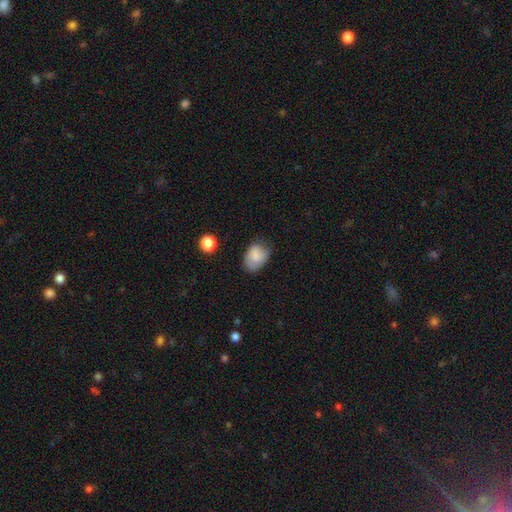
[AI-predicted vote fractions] A smooth galaxy with no disk features (79%) that is in between round and cigar-shaped (78%). Merging: none (61%).